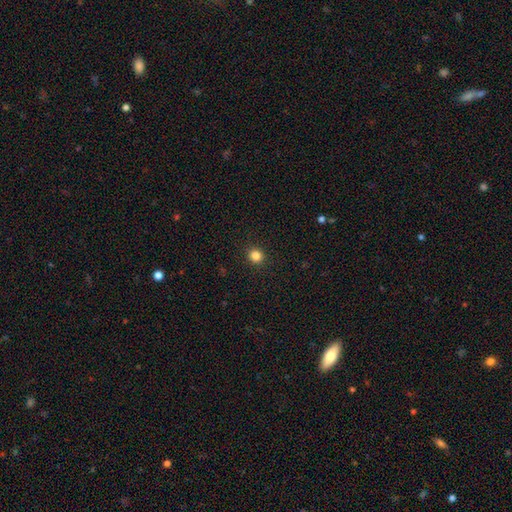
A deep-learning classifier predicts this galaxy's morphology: Smooth or featured: smooth — 84% (star or artifact — 12%)
How rounded: round — 89% (in between — 10%)
Merging: none — 92% (minor disturbance — 5%)